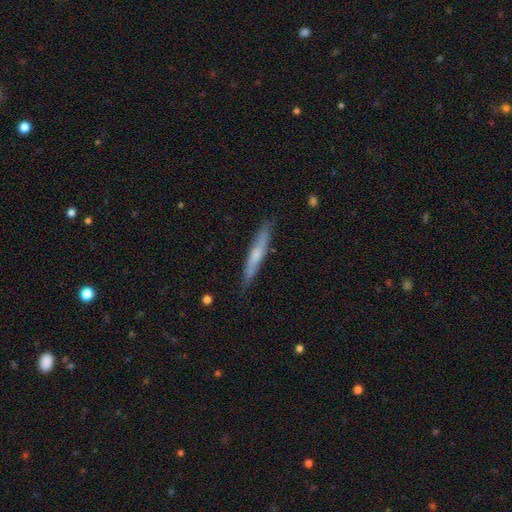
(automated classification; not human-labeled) This is possibly a smooth galaxy (48%). Merging: clearly none (85%).